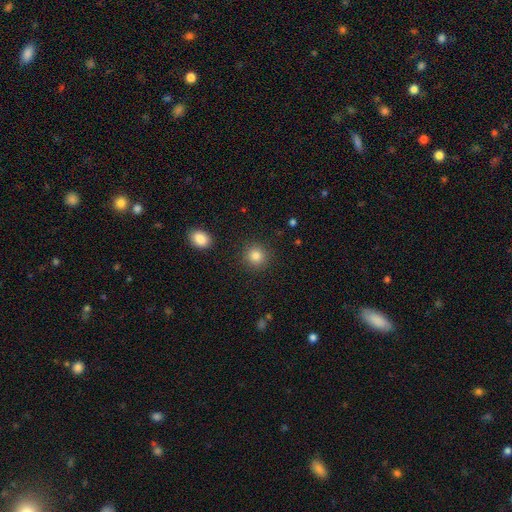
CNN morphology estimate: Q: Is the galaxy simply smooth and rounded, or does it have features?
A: smooth — 84%.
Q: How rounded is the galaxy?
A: round — 91%.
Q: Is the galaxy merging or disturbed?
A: none — 90%.